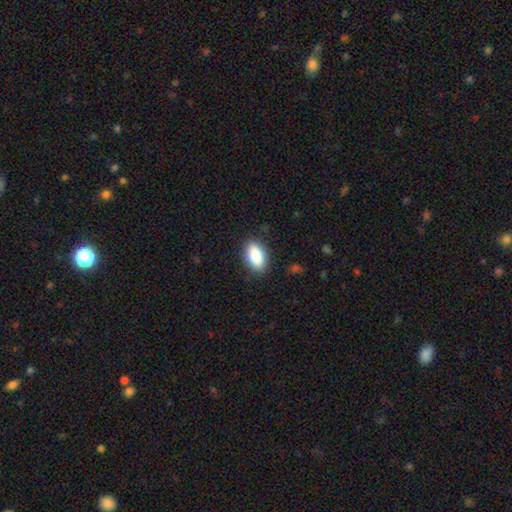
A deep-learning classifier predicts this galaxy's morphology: A smooth galaxy with no disk features (85%) that is in between round and cigar-shaped (91%). Merging: none (87%).